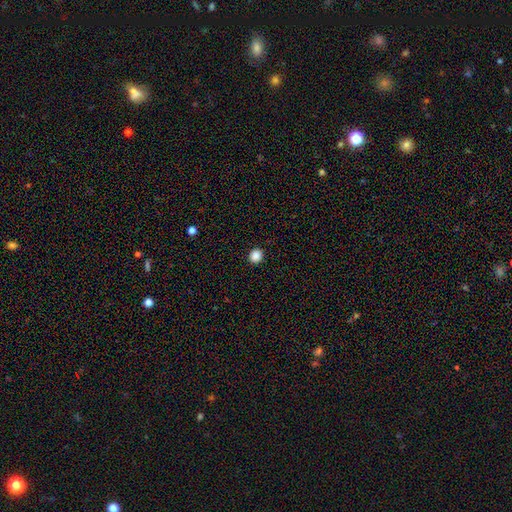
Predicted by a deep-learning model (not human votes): Overall: smooth (87%). How rounded: round (87%). Merging: none (93%).